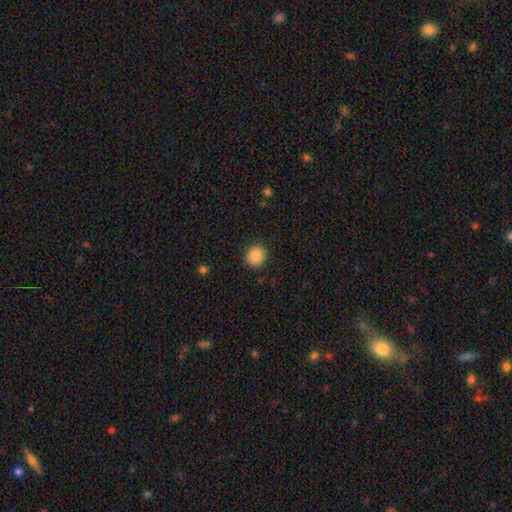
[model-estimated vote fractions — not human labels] smooth 88%, star or artifact 9%, featured or disk 3%. Down the decision tree: how rounded — round (88%); merging — none (90%).